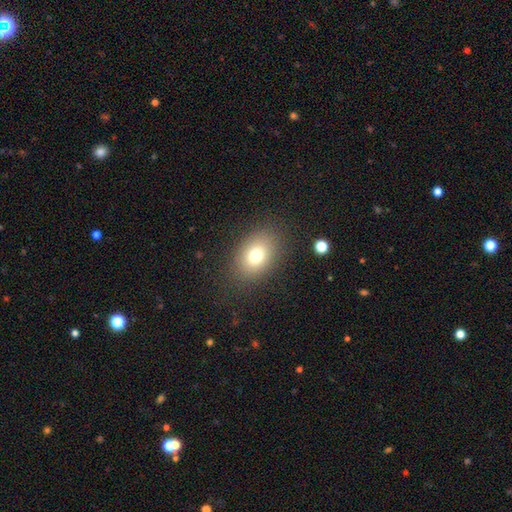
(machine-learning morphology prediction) Smooth or featured? smooth (75%)
How rounded? in between (74%)
Merging? none (84%)